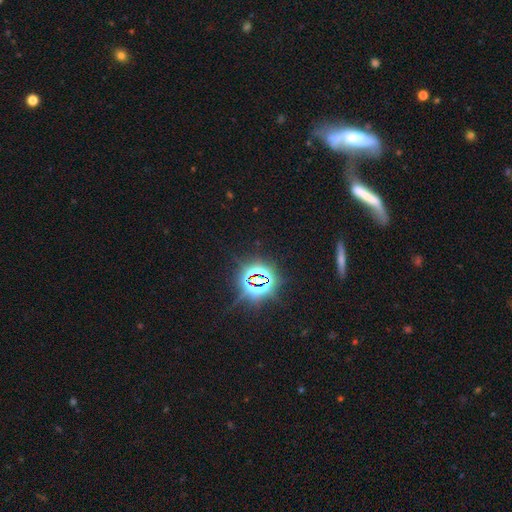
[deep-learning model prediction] Morphology: type=star or artifact (68%).